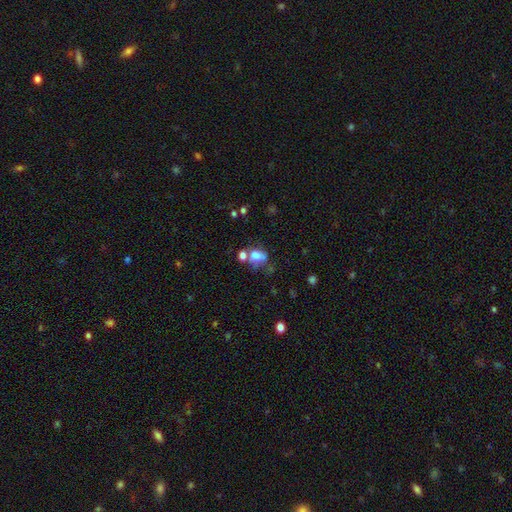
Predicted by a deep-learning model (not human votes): This appears to be a smooth galaxy with no disk features (66%) that is in between round and cigar-shaped (60%). Merging: merger (35%).